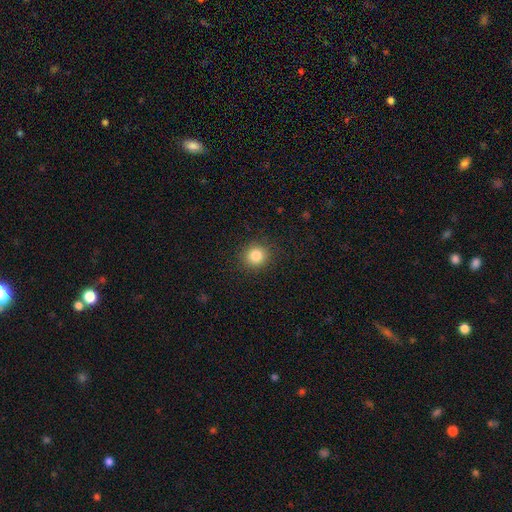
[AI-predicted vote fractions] This appears to be a smooth galaxy with no disk features (84%) that is round (89%). Merging: none (90%).